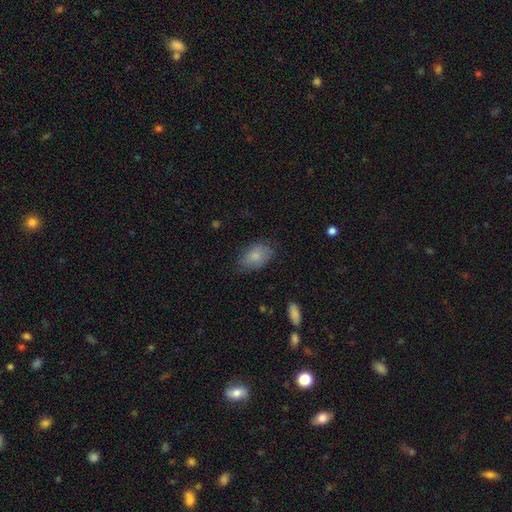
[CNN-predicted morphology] smooth_or_featured: smooth (p=0.80) [alt: featured or disk p=0.12]
how_rounded: in between (p=0.89) [alt: round p=0.09]
merging: none (p=0.70) [alt: minor disturbance p=0.23]